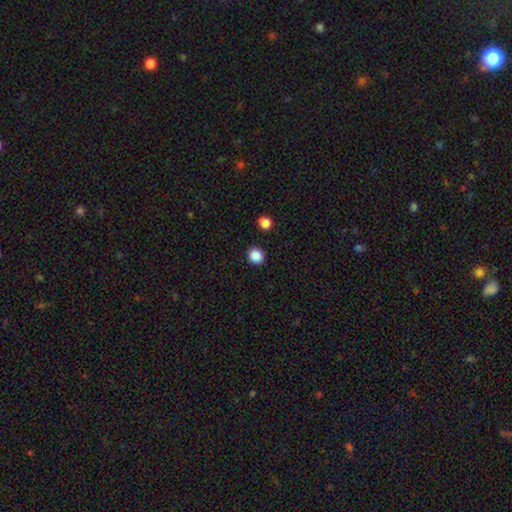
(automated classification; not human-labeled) Smooth or featured?
  - smooth: 87% *
  - star or artifact: 10%
  - featured or disk: 3%
How rounded?
  - round: 88% *
  - in between: 11%
  - cigar-shaped: 1%
Merging?
  - none: 91% *
  - minor disturbance: 5%
  - merger: 2%
  - major disturbance: 2%